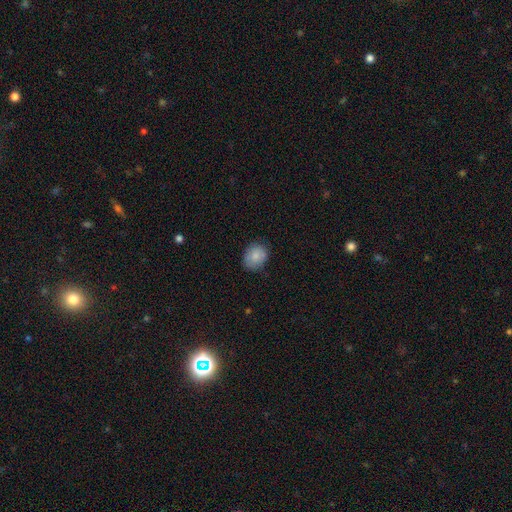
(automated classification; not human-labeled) A smooth galaxy with no disk features (84%) that is round (56%).

Vote fractions:
- Smooth or featured? smooth: 84% / featured or disk: 8% / star or artifact: 8%
- How rounded? round: 56% / in between: 43% / cigar-shaped: 1%
- Merging? none: 76% / minor disturbance: 19% / major disturbance: 4% / merger: 1%